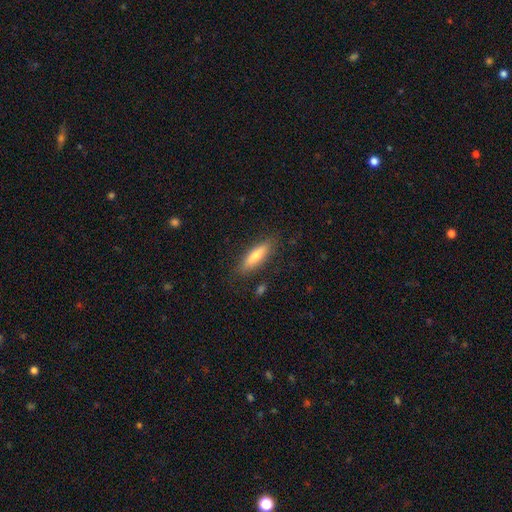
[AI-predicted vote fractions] Smooth or featured? smooth (69%)
How rounded? cigar-shaped (64%)
Merging? none (86%)